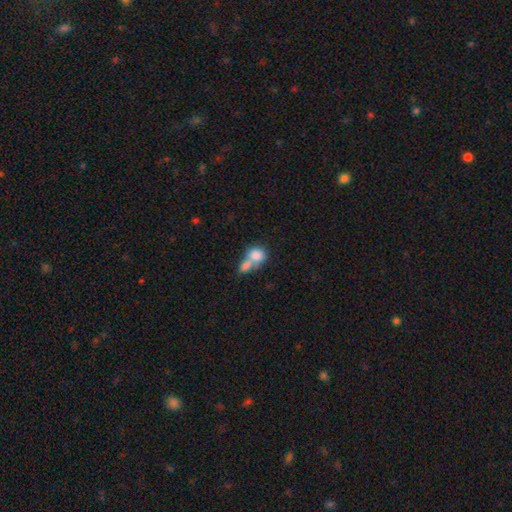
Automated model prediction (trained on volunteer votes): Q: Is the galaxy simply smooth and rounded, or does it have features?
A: smooth — 78%.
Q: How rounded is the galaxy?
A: round — 49%, tied with in between.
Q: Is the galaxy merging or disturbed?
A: merger — 69%.